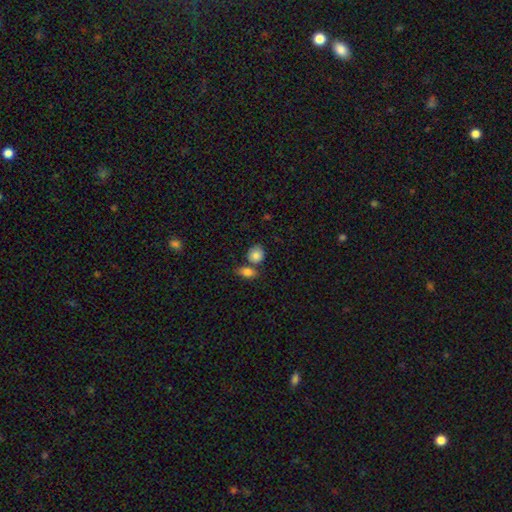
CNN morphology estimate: This is clearly a smooth galaxy (84%). How rounded: likely round (69%). Merging: possibly none (55%).